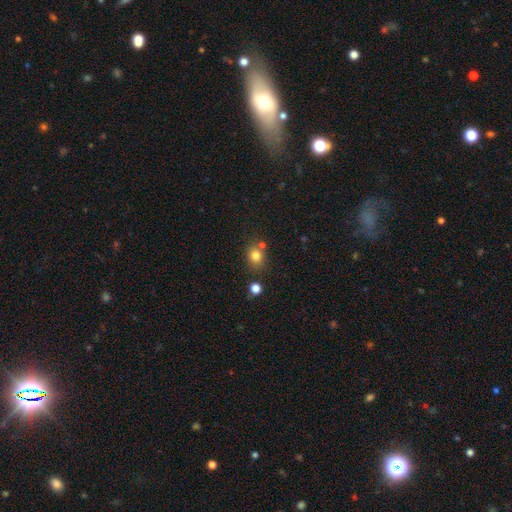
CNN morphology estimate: smooth 80%, star or artifact 13%, featured or disk 7%. Down the decision tree: how rounded — round (72%); merging — none (68%).